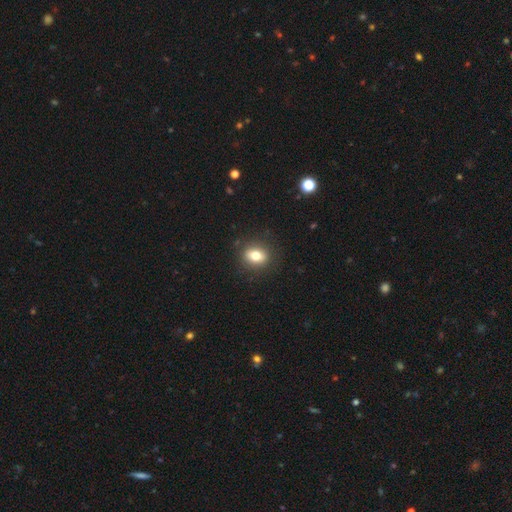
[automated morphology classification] Smooth or featured? Predicted: smooth (p=0.75). How rounded? Predicted: in between (p=0.49, tied with round). Merging? Predicted: none (p=0.87).